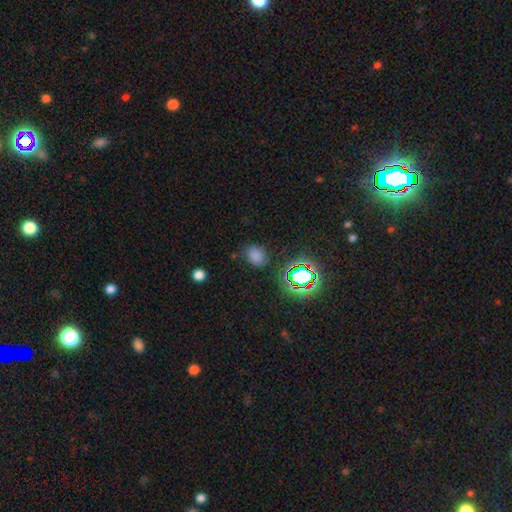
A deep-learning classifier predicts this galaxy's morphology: Overall: smooth (71%). How rounded: in between (51%; round 47%). Merging: none (76%).